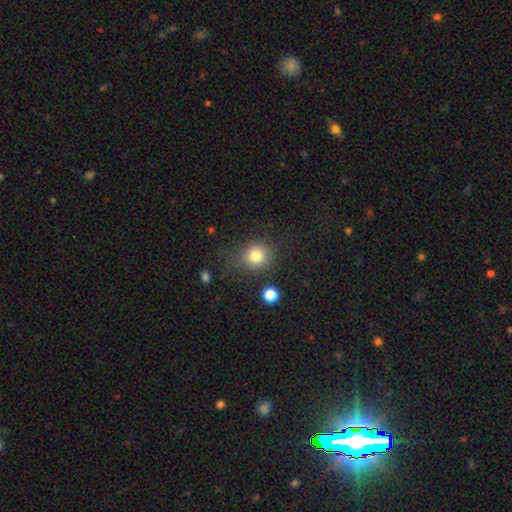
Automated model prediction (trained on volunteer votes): Smooth or featured: smooth — 81% (star or artifact — 12%)
How rounded: round — 87% (in between — 12%)
Merging: none — 76% (minor disturbance — 13%)